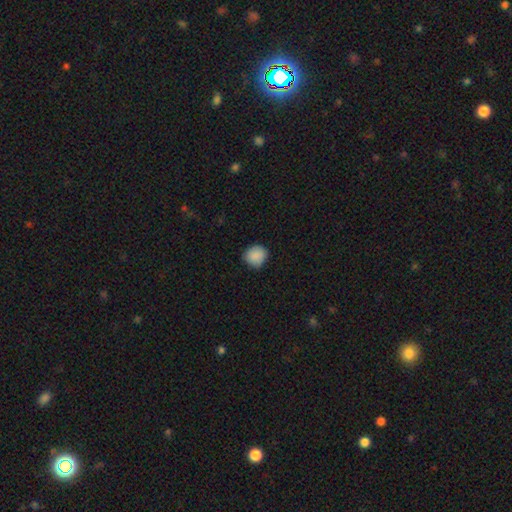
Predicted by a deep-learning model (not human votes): The model was most divided on "how rounded": round: 85%, in between: 14%, cigar-shaped: 1%. More confident: smooth or featured — smooth (89%); merging — none (84%).